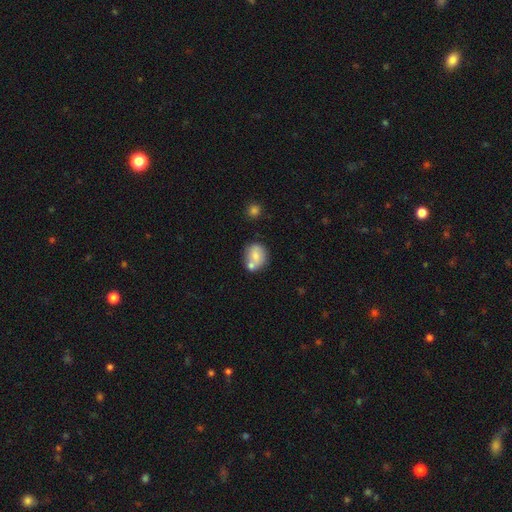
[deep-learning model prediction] smooth-or-featured: smooth: 69% | featured or disk: 22% | star or artifact: 8%
  how-rounded: round: 68% | in between: 31% | cigar-shaped: 1%
  merging: none: 53% | merger: 29% | minor disturbance: 14% | major disturbance: 4%